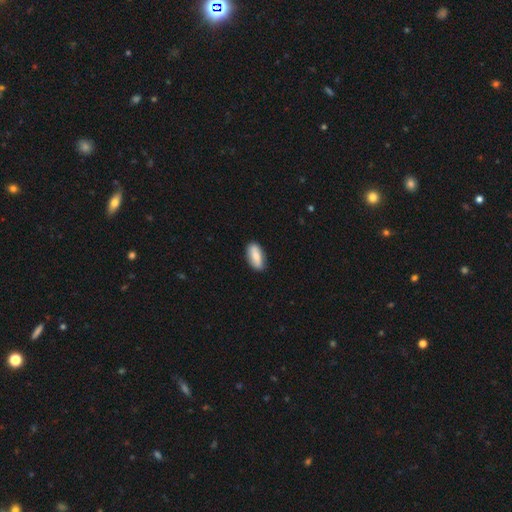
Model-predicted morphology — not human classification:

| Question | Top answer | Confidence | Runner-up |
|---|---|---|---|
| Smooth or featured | smooth | 79% | featured or disk (15%) |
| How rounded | in between | 84% | cigar-shaped (13%) |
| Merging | none | 87% | minor disturbance (10%) |